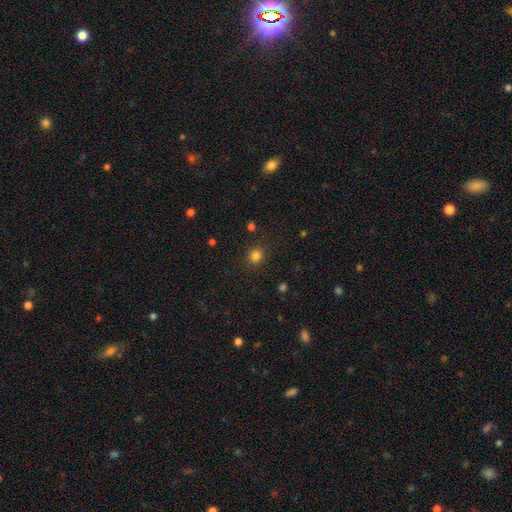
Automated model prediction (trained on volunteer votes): smooth-or-featured: smooth: 82% | star or artifact: 14% | featured or disk: 4%
  how-rounded: round: 84% | in between: 16% | cigar-shaped: 1%
  merging: none: 88% | minor disturbance: 8% | major disturbance: 3% | merger: 2%